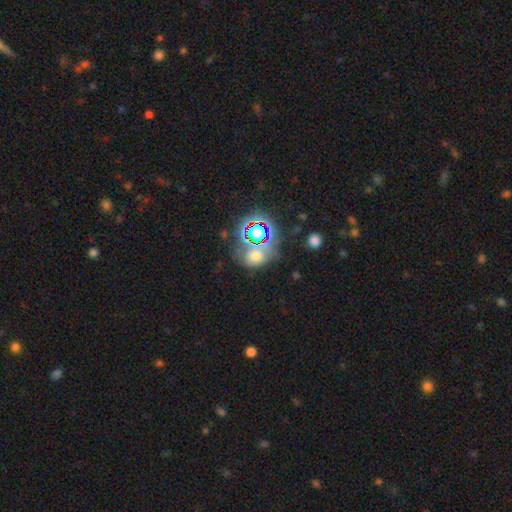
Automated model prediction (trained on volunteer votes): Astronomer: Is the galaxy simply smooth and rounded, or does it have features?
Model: smooth — 50% (runner-up: star or artifact, 38%).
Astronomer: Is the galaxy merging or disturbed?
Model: none — 57%.